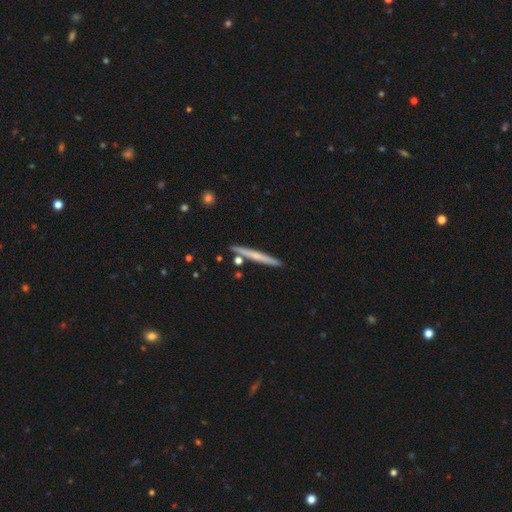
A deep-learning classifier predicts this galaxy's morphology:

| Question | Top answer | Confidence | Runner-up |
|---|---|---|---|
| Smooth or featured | featured or disk | 48% | smooth (45%) |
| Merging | none | 87% | minor disturbance (8%) |